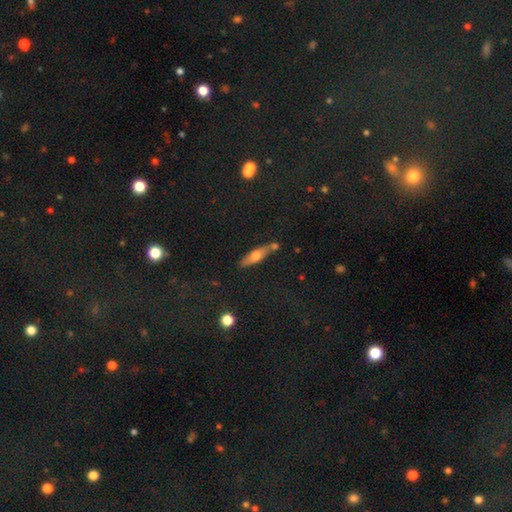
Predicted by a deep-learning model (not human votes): This appears to be a smooth galaxy with no disk features (53%) that is cigar-shaped (61%). Merging: none (72%).